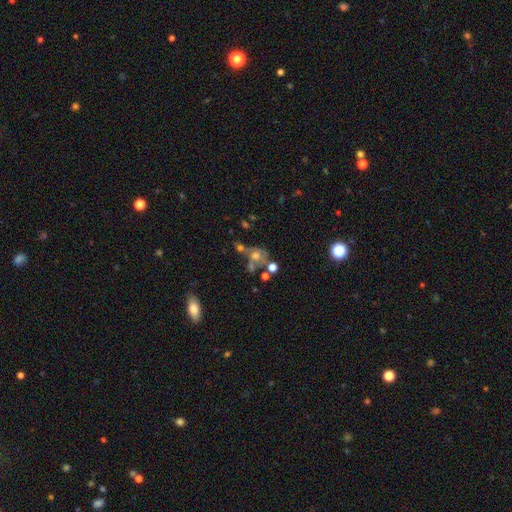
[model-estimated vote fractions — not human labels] Smooth or featured? Predicted: smooth (p=0.44). Merging? Predicted: merger (p=0.34, tied with none).